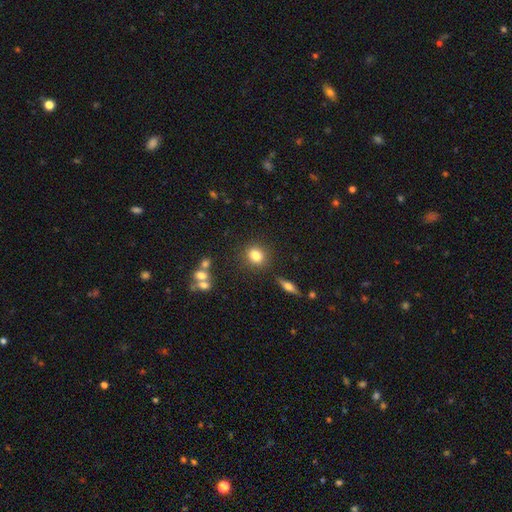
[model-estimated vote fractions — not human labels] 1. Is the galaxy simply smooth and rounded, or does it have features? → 80% smooth, 10% star or artifact, 9% featured or disk.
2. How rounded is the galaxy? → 70% round, 28% in between, 2% cigar-shaped.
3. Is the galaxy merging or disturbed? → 85% none, 9% minor disturbance, 4% merger, 3% major disturbance.